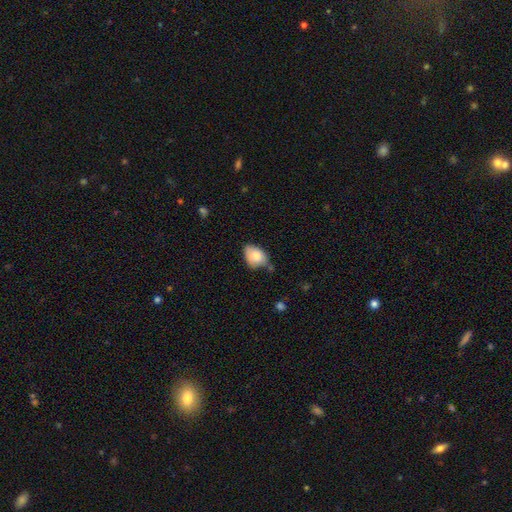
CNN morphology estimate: smooth 78%, featured or disk 14%, star or artifact 8%. Down the decision tree: how rounded — in between (74%); merging — none (50%).